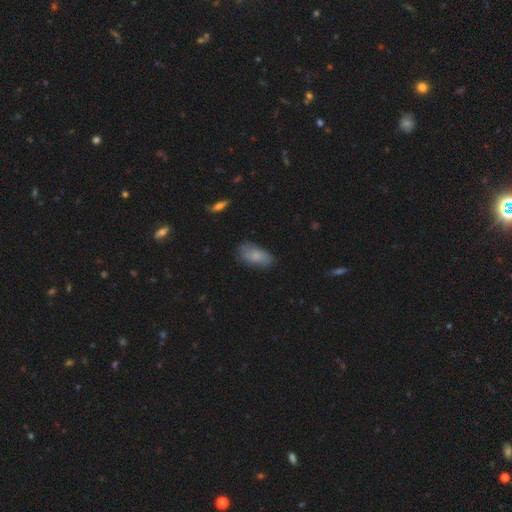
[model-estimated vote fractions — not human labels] Smooth or featured? Predicted: smooth (p=0.76). How rounded? Predicted: in between (p=0.90). Merging? Predicted: none (p=0.68).